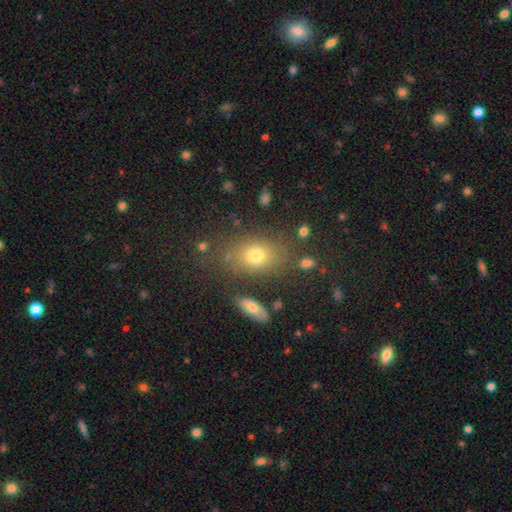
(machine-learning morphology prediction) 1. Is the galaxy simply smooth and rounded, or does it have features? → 72% smooth, 15% star or artifact, 13% featured or disk.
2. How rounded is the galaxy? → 70% in between, 28% round, 2% cigar-shaped.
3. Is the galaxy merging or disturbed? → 76% none, 13% minor disturbance, 6% merger, 5% major disturbance.